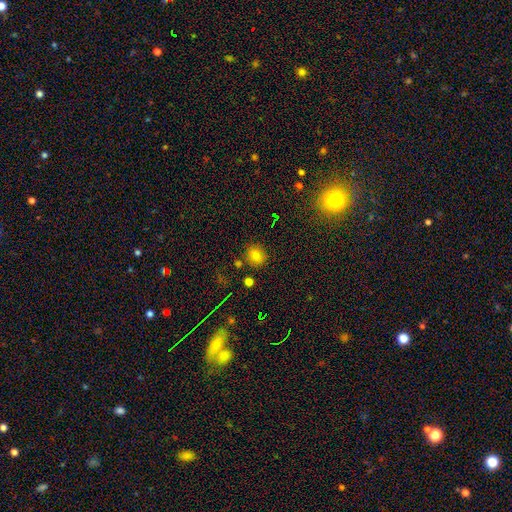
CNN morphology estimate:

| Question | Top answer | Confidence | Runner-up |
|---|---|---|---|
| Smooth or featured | smooth | 75% | star or artifact (17%) |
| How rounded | round | 67% | in between (32%) |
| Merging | none | 82% | minor disturbance (10%) |